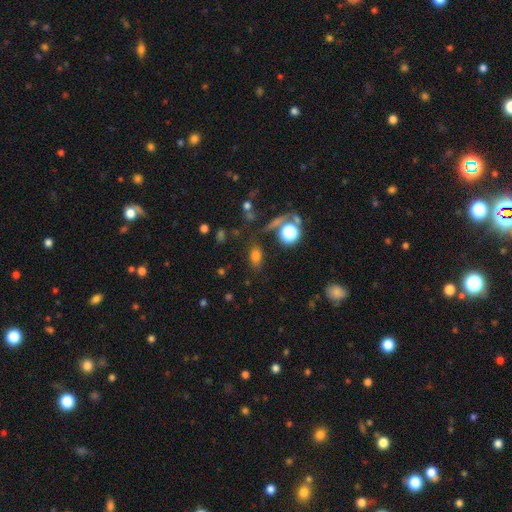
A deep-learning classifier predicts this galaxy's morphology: This is likely a smooth galaxy (72%). How rounded: likely in between (77%). Merging: likely none (77%).